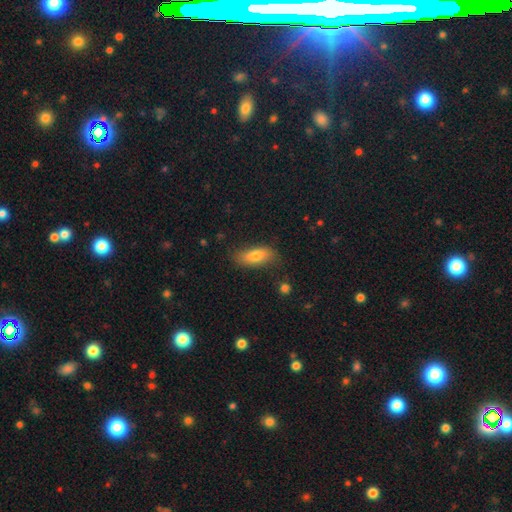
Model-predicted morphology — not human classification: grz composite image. It shows a smooth galaxy with no disk features (77%) that is in between round and cigar-shaped (76%). Merging: none (77%).